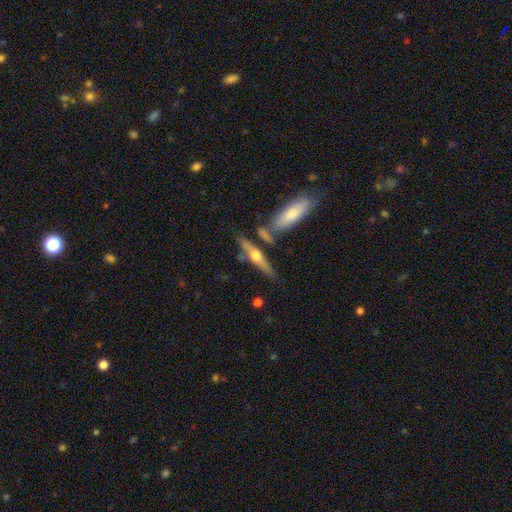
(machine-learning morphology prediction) A featured or disk galaxy (60%) viewed edge-on (94%) with a rounded central bulge (92%).

Vote fractions:
- Smooth or featured? featured or disk: 60% / smooth: 34% / star or artifact: 6%
- Edge-on disk? yes: 94% / no: 6%
- Edge-on bulge? rounded: 92% / none: 4% / boxy: 4%
- Merging? none: 69% / merger: 16% / minor disturbance: 11% / major disturbance: 3%